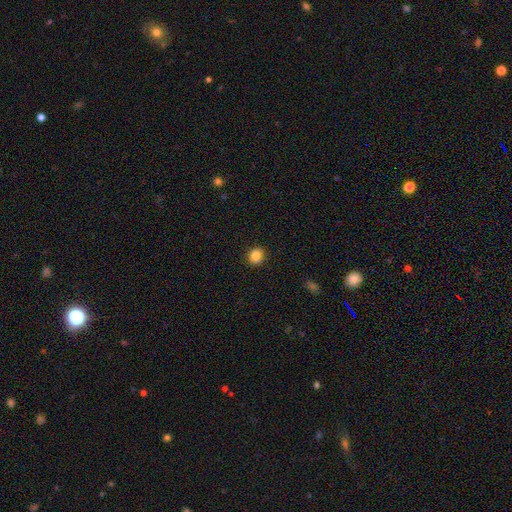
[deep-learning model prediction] Overall: smooth (86%). How rounded: round (84%). Merging: none (91%).